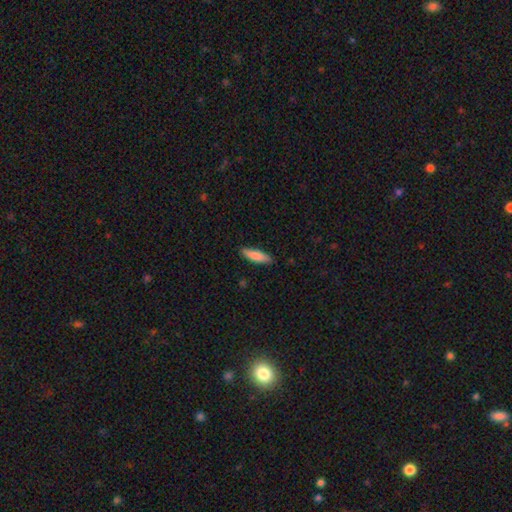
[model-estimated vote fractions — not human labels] A smooth galaxy with no disk features (83%) that is cigar-shaped (64%).

Vote fractions:
- Smooth or featured? smooth: 83% / featured or disk: 12% / star or artifact: 6%
- How rounded? cigar-shaped: 64% / in between: 34% / round: 2%
- Merging? none: 87% / minor disturbance: 10% / major disturbance: 2% / merger: 1%